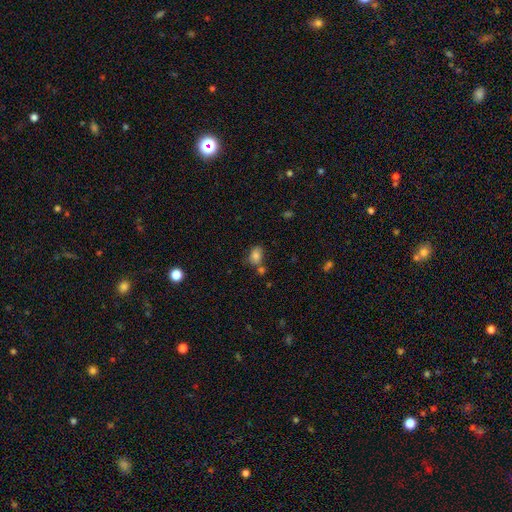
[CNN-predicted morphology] Smooth or featured?
  - smooth: 79% *
  - star or artifact: 11%
  - featured or disk: 10%
How rounded?
  - in between: 72% *
  - round: 27%
  - cigar-shaped: 1%
Merging?
  - none: 56% *
  - merger: 20%
  - minor disturbance: 18%
  - major disturbance: 6%